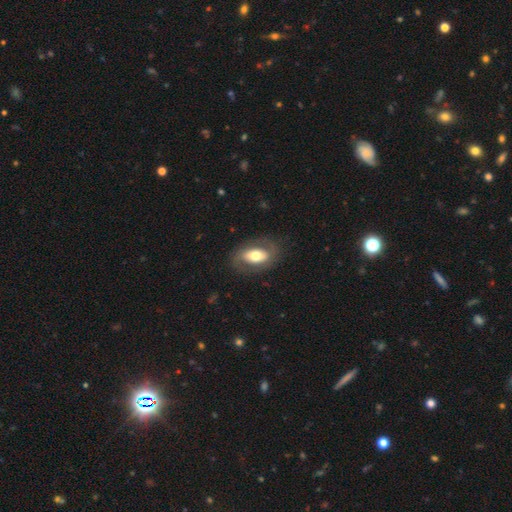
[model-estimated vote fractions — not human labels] Smooth or featured? Predicted: smooth (p=0.48). Merging? Predicted: none (p=0.77).